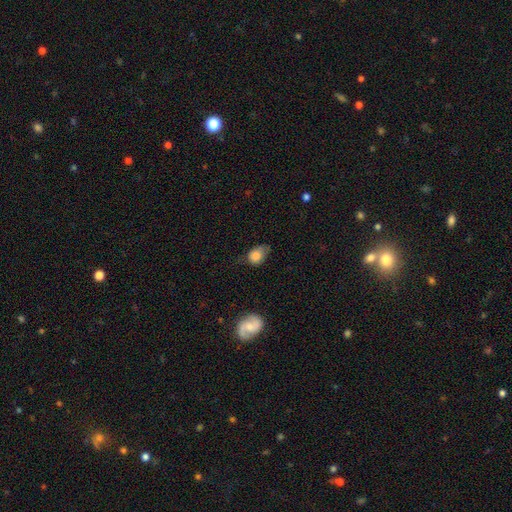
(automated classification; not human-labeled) This is clearly a smooth galaxy (81%). How rounded: likely in between (60%). Merging: marginally none (45%).